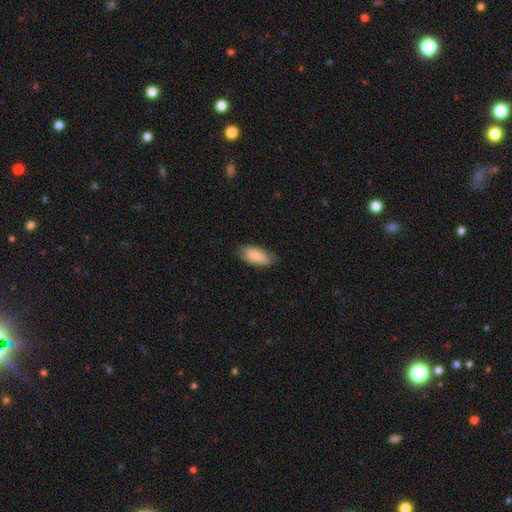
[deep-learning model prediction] A smooth galaxy with no disk features (87%) that is in between round and cigar-shaped (89%).

Vote fractions:
- Smooth or featured? smooth: 87% / featured or disk: 8% / star or artifact: 6%
- How rounded? in between: 89% / cigar-shaped: 9% / round: 2%
- Merging? none: 73% / minor disturbance: 22% / major disturbance: 4% / merger: 1%